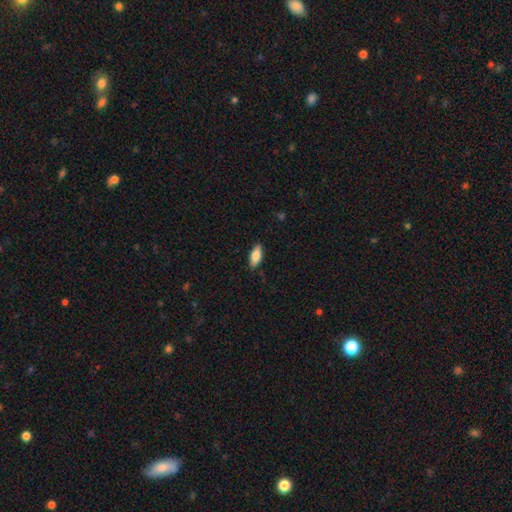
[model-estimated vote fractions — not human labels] Smooth or featured?
  - smooth: 80% *
  - featured or disk: 14%
  - star or artifact: 6%
How rounded?
  - in between: 77% *
  - cigar-shaped: 21%
  - round: 2%
Merging?
  - none: 86% *
  - minor disturbance: 11%
  - major disturbance: 2%
  - merger: 1%